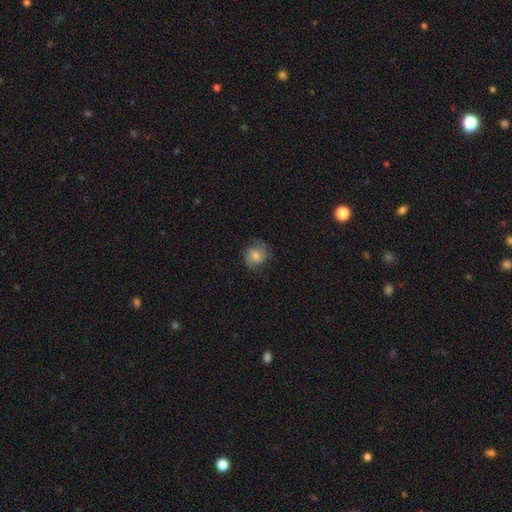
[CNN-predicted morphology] This is possibly a smooth galaxy (56%). How rounded: likely round (73%). Merging: likely none (70%).